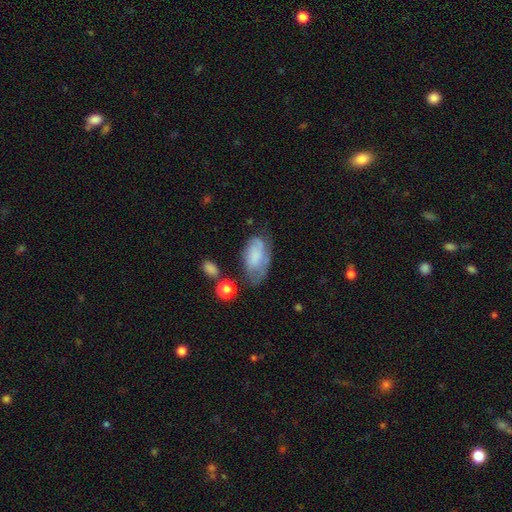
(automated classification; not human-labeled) Smooth or featured?
  - smooth: 49% *
  - featured or disk: 42%
  - star or artifact: 9%
Merging?
  - none: 44% *
  - minor disturbance: 30%
  - major disturbance: 20%
  - merger: 6%